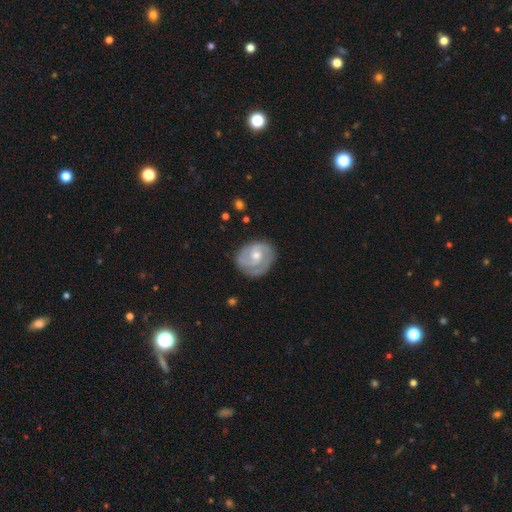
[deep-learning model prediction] A featured or disk galaxy (79%) with no bar (59%), 2 (61%) tight (53%) spiral arms (94%) and a moderate central bulge (53%). Merging: none (76%).